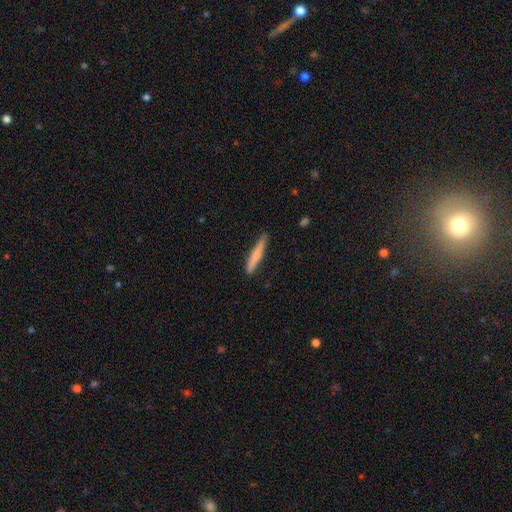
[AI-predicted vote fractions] The model was most divided on "smooth or featured": smooth: 72%, featured or disk: 23%, star or artifact: 5%. More confident: how rounded — cigar-shaped (95%); merging — none (85%).